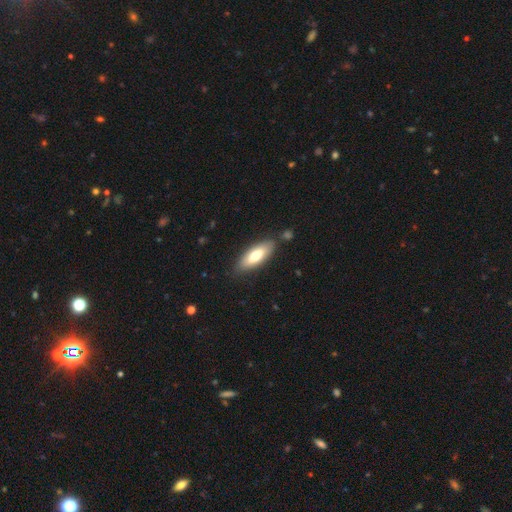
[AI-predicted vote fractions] Smooth or featured? smooth (68%)
How rounded? in between (68%)
Merging? none (82%)